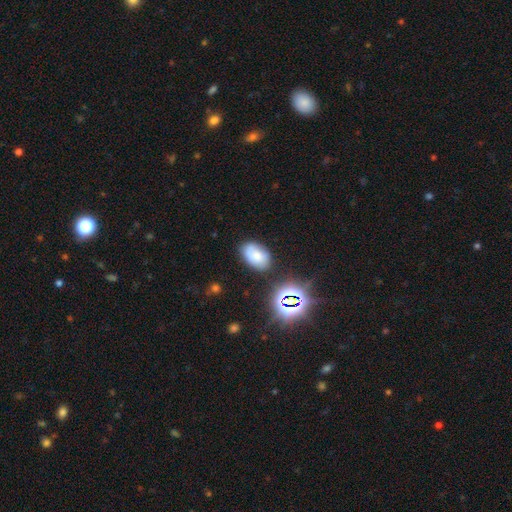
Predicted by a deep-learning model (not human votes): smooth_or_featured: smooth (p=0.66) [alt: featured or disk p=0.19]
how_rounded: in between (p=0.88) [alt: round p=0.11]
merging: none (p=0.71) [alt: minor disturbance p=0.19]